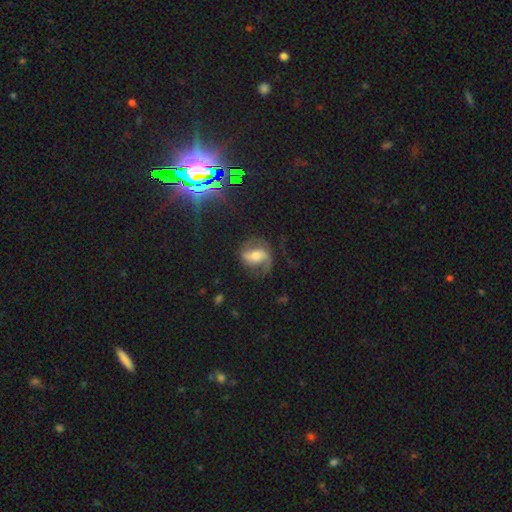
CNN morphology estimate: Smooth or featured?
  - featured or disk: 73% *
  - smooth: 18%
  - star or artifact: 10%
Edge-on disk?
  - no: 96% *
  - yes: 4%
Bar?
  - weak: 38% *
  - strong: 33%
  - no: 29%
Spiral arms?
  - yes: 91% *
  - no: 9%
Spiral winding?
  - medium: 44% *
  - loose: 40%
  - tight: 16%
Spiral arm count?
  - 2: 79% *
  - 1: 13%
  - can't tell: 5%
  - 3: 1%
  - 4: 1%
  - more than 4: 1%
Bulge size?
  - moderate: 58% *
  - small: 27%
  - large: 10%
  - none: 3%
  - dominant: 2%
Merging?
  - none: 65% *
  - minor disturbance: 18%
  - major disturbance: 16%
  - merger: 2%